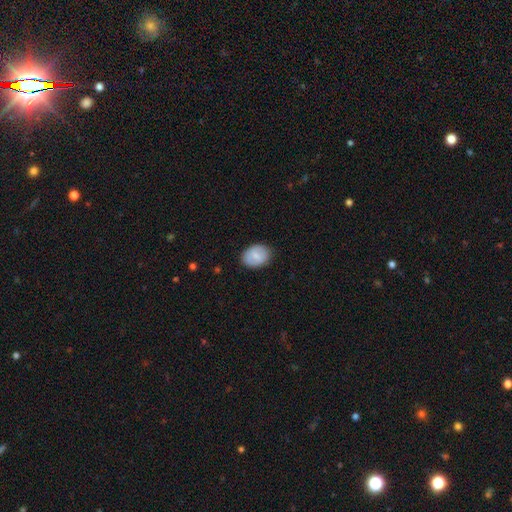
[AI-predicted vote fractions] A smooth galaxy with no disk features (71%) that is in between round and cigar-shaped (68%). Merging: none (84%).